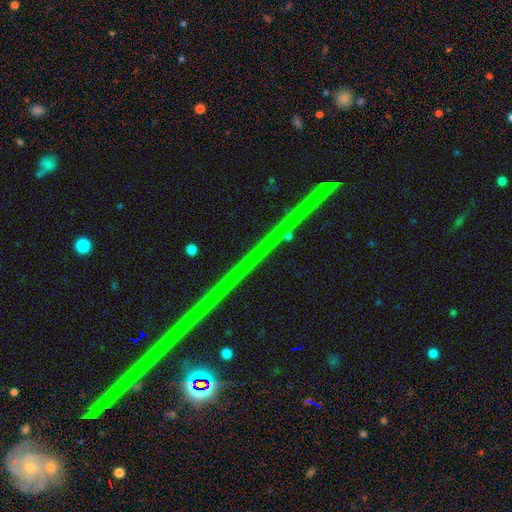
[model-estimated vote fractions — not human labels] Overall: star or artifact (83%).